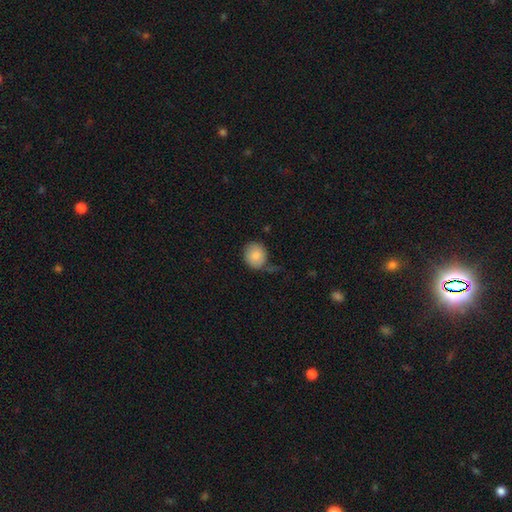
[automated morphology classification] This is clearly a smooth galaxy (83%). How rounded: likely round (79%). Merging: possibly none (58%).